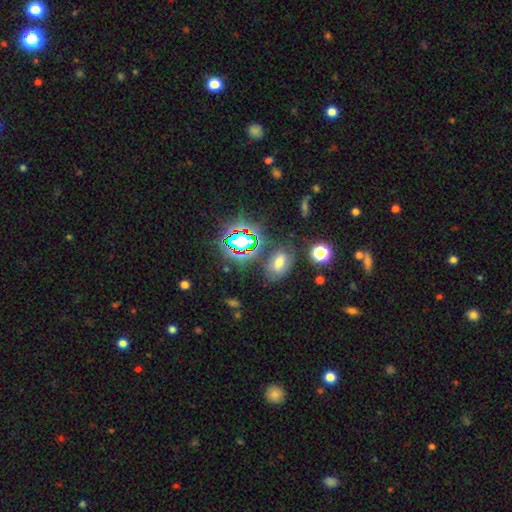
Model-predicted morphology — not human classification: Smooth or featured?
  - star or artifact: 67% *
  - smooth: 22%
  - featured or disk: 11%